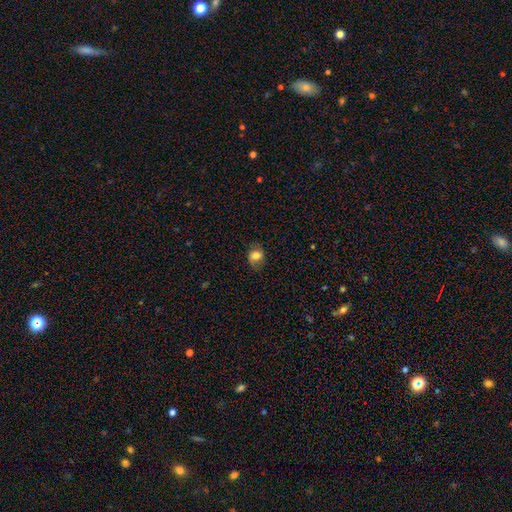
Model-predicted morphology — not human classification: smooth 74%, featured or disk 16%, star or artifact 10%. Down the decision tree: how rounded — in between (50%); merging — none (73%).